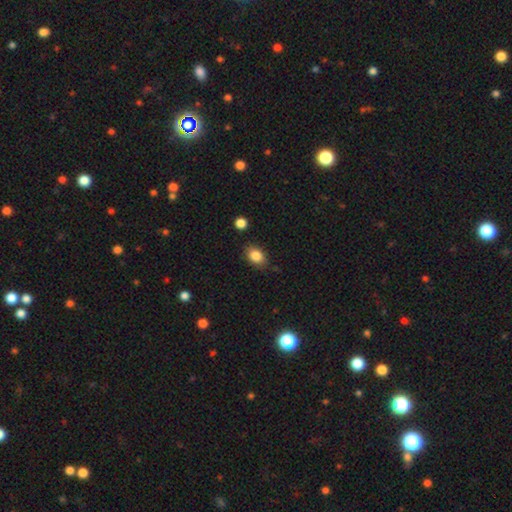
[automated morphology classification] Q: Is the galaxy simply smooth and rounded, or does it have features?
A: smooth — 85%.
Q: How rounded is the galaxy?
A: in between — 75%.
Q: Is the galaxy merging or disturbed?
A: none — 81%.